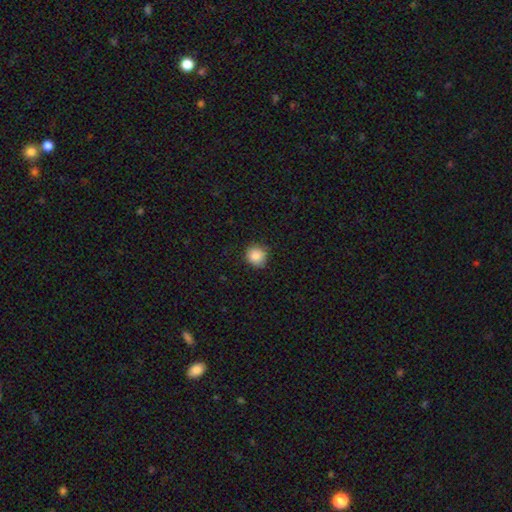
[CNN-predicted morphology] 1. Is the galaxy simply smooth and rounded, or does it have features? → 86% smooth, 9% star or artifact, 5% featured or disk.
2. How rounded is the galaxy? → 88% round, 11% in between, 1% cigar-shaped.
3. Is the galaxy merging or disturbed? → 81% none, 15% minor disturbance, 3% major disturbance, 1% merger.